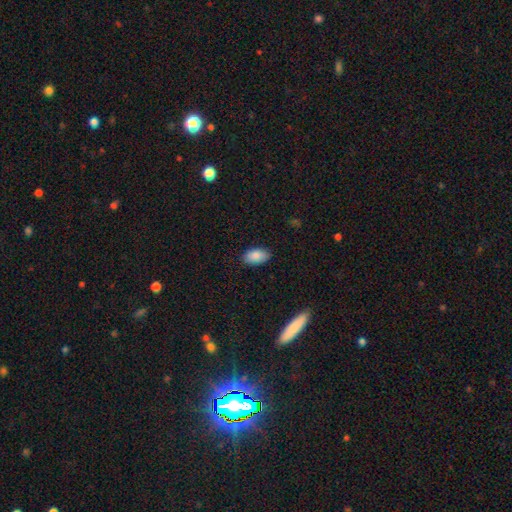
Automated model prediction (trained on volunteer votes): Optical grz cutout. It shows a smooth galaxy with no disk features (87%) that is in between round and cigar-shaped (94%). Merging: none (85%).